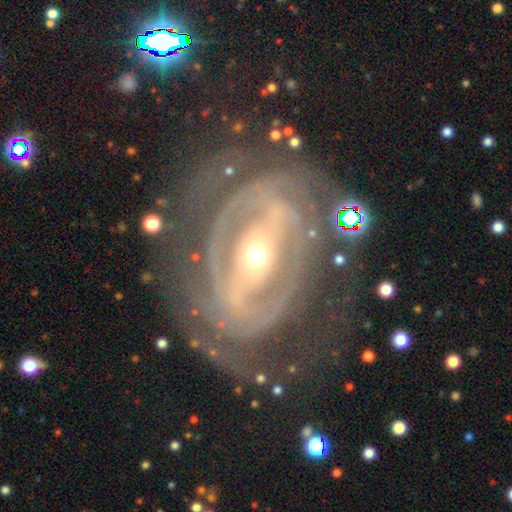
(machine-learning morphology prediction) A featured or disk galaxy (88%) with a strong bar (54%), 2 (56%) tight (54%) spiral arms (83%) and a moderate central bulge (48%). Merging: none (63%).